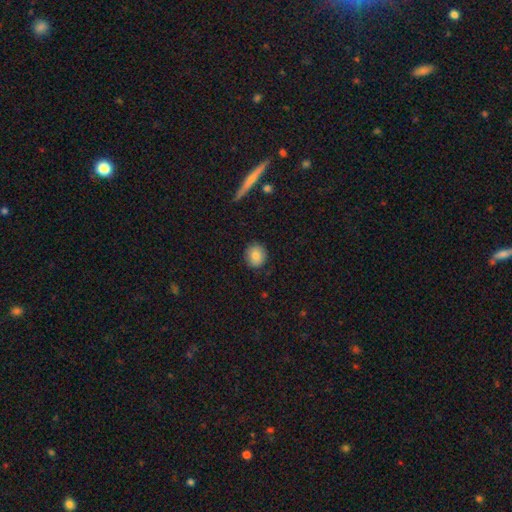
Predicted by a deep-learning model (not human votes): Smooth or featured?
  - smooth: 84% *
  - star or artifact: 8%
  - featured or disk: 8%
How rounded?
  - round: 81% *
  - in between: 18%
  - cigar-shaped: 1%
Merging?
  - none: 87% *
  - minor disturbance: 9%
  - major disturbance: 2%
  - merger: 1%